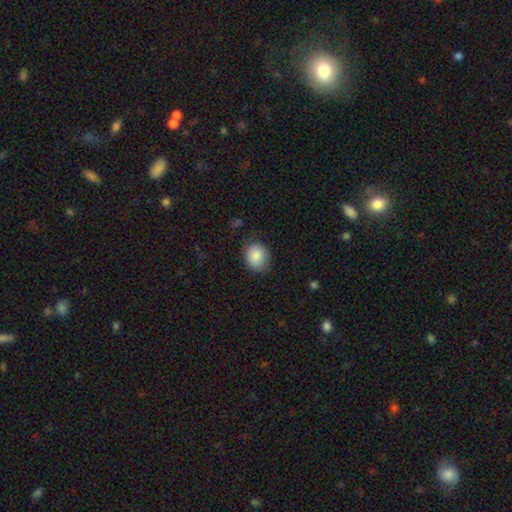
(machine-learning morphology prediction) smooth_or_featured: smooth (p=0.87) [alt: star or artifact p=0.07]
how_rounded: round (p=0.57) [alt: in between p=0.42]
merging: none (p=0.75) [alt: minor disturbance p=0.19]